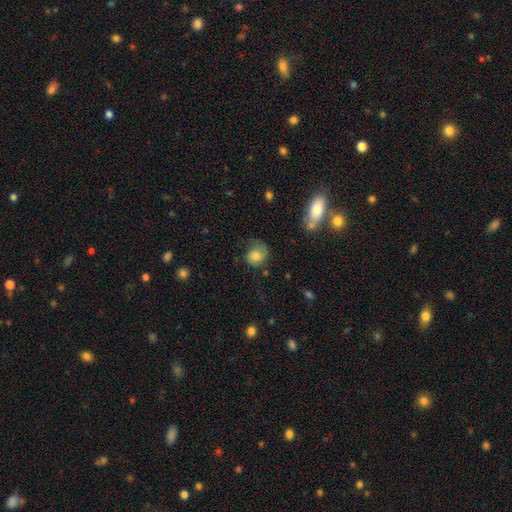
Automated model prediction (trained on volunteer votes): A smooth galaxy with no disk features (72%) that is round (59%).

Vote fractions:
- Smooth or featured? smooth: 72% / featured or disk: 18% / star or artifact: 10%
- How rounded? round: 59% / in between: 40% / cigar-shaped: 1%
- Merging? none: 54% / minor disturbance: 29% / major disturbance: 14% / merger: 3%